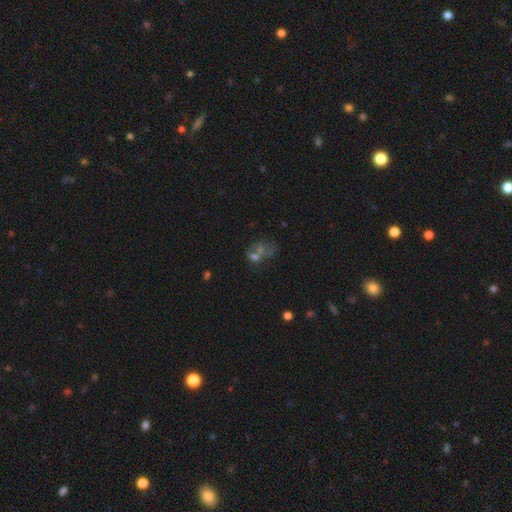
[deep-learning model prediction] smooth_or_featured: smooth (p=0.37) [alt: featured or disk p=0.34]
merging: merger (p=0.39) [alt: none p=0.30]